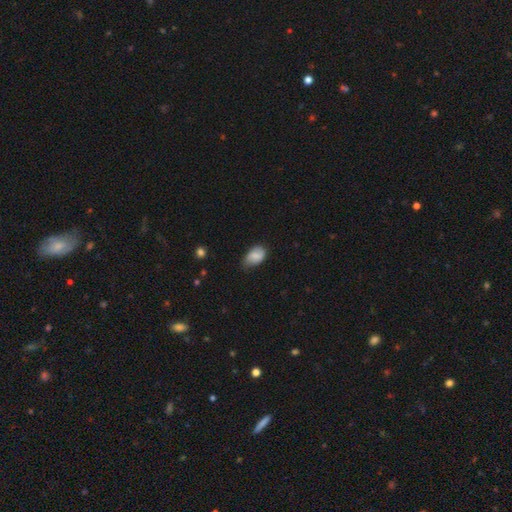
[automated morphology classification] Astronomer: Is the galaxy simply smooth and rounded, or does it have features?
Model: smooth — 79%.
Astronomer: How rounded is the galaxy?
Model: in between — 88%.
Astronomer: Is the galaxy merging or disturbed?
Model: none — 53% (runner-up: minor disturbance, 38%).